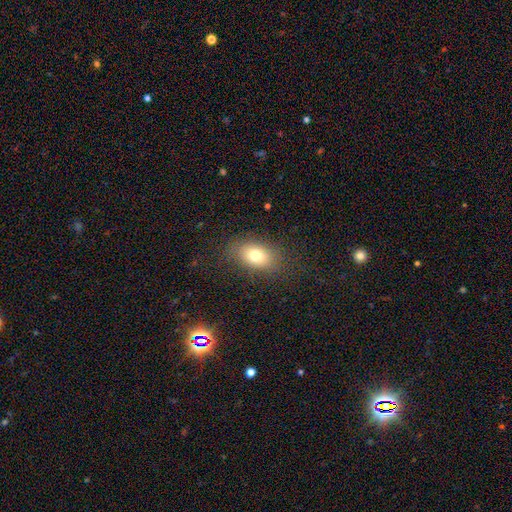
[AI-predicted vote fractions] Smooth or featured? smooth (75%)
How rounded? in between (82%)
Merging? none (81%)